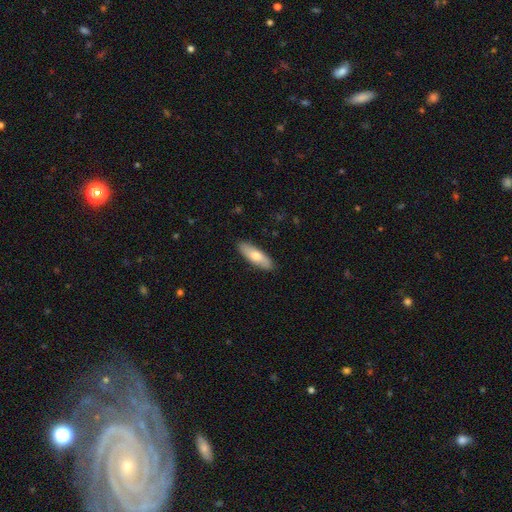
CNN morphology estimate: Smooth or featured? smooth (71%)
How rounded? in between (55%)
Merging? none (88%)